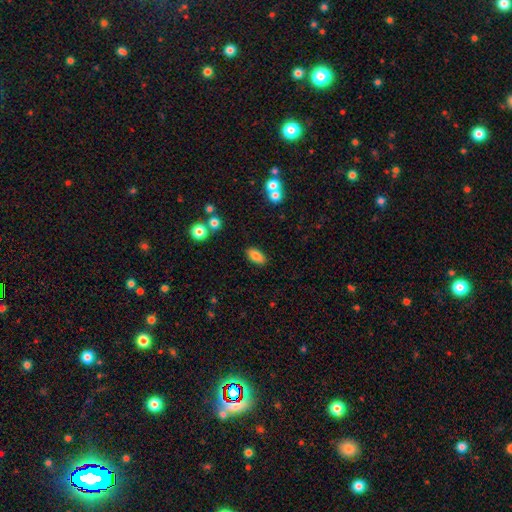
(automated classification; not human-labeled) This is clearly a smooth galaxy (82%). How rounded: clearly in between (90%). Merging: clearly none (86%).